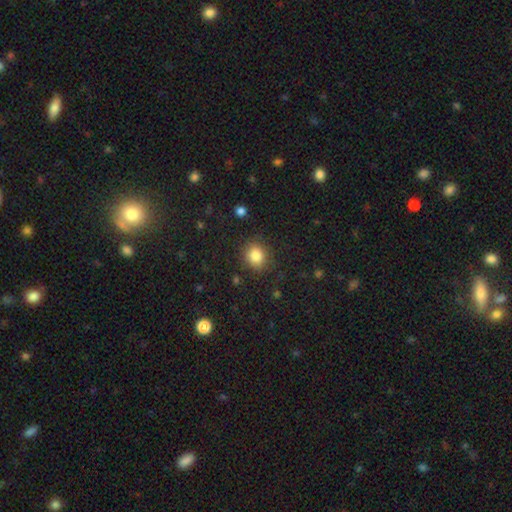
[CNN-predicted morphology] Smooth or featured? smooth (84%)
How rounded? round (74%)
Merging? none (84%)